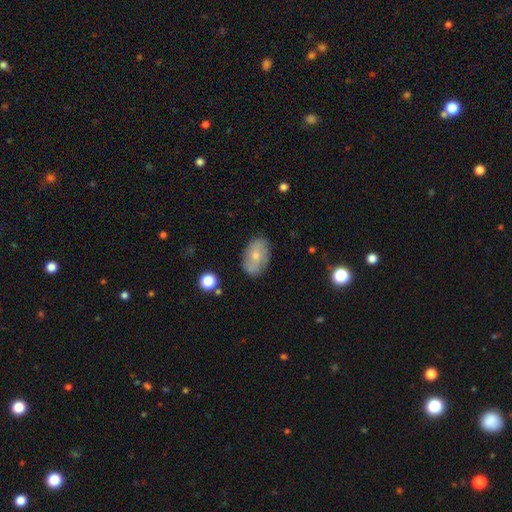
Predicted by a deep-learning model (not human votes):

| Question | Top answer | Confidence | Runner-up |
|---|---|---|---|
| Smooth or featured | smooth | 62% | featured or disk (30%) |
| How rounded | in between | 88% | round (10%) |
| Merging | none | 77% | minor disturbance (17%) |